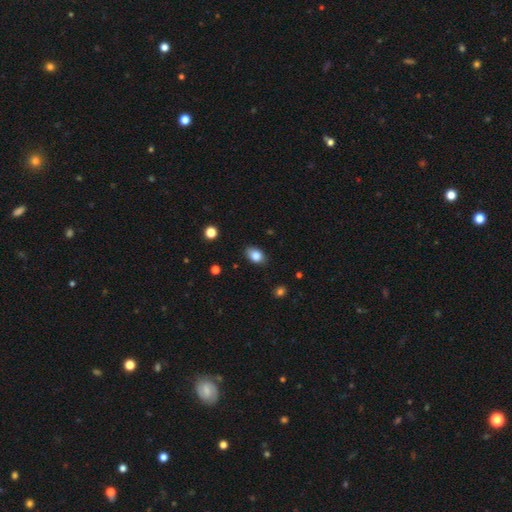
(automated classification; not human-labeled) Smooth or featured? smooth (85%)
How rounded? in between (80%)
Merging? none (83%)